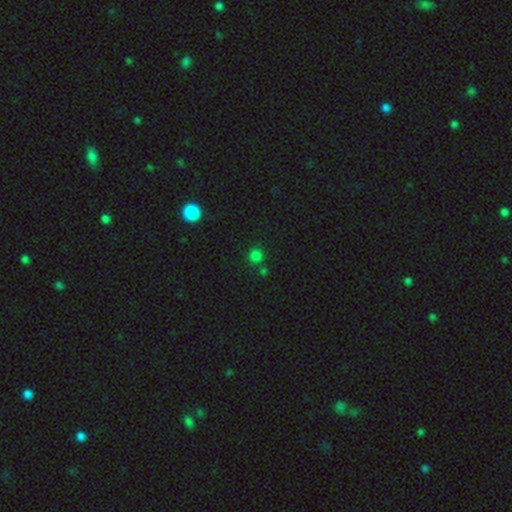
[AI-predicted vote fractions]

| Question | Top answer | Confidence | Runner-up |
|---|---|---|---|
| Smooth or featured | smooth | 76% | star or artifact (20%) |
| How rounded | round | 92% | in between (7%) |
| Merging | none | 78% | merger (10%) |